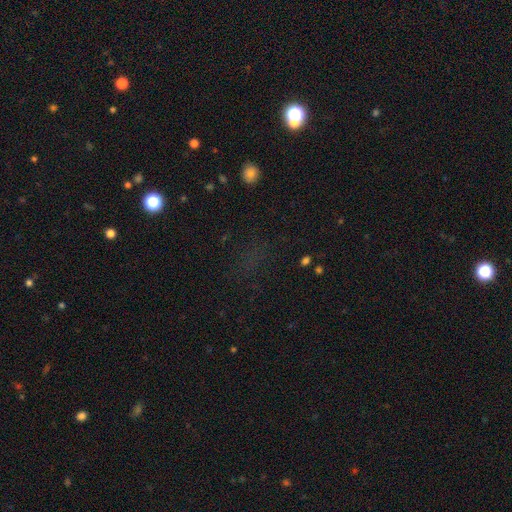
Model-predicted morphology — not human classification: star or artifact 62%, smooth 26%, featured or disk 12%.